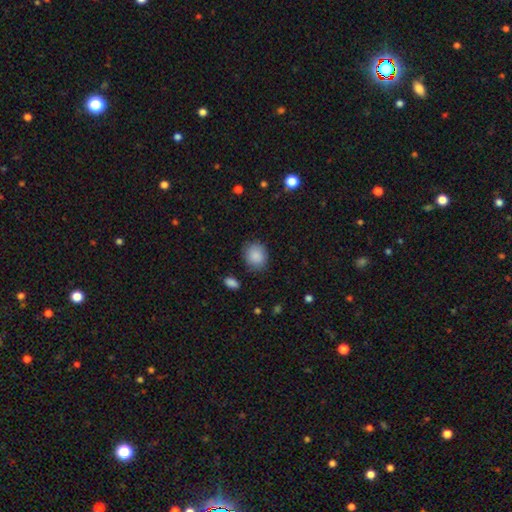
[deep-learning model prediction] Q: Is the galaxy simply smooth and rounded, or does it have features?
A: smooth — 88%.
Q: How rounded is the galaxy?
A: round — 67%.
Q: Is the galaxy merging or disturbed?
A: none — 80%.